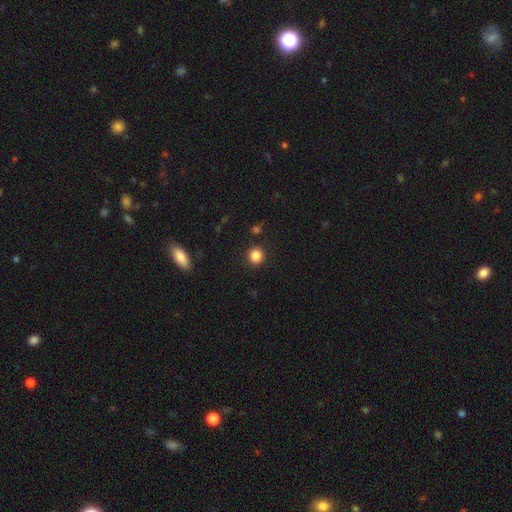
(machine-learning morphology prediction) A smooth galaxy with no disk features (85%) that is round (93%).

Vote fractions:
- Smooth or featured? smooth: 85% / star or artifact: 11% / featured or disk: 4%
- How rounded? round: 93% / in between: 7% / cigar-shaped: 1%
- Merging? none: 91% / minor disturbance: 5% / major disturbance: 2% / merger: 2%